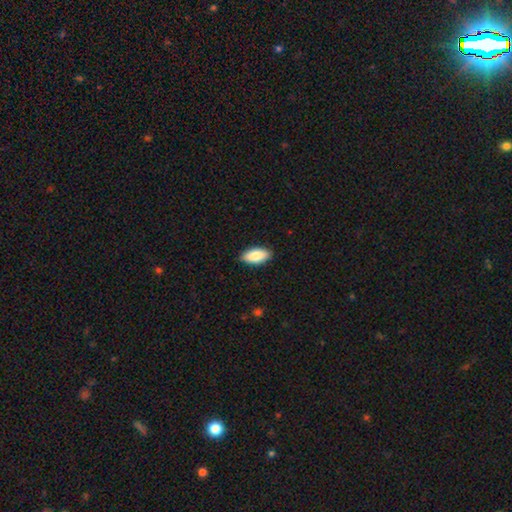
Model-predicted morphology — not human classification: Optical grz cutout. It shows a smooth galaxy with no disk features (87%) that is in between round and cigar-shaped (91%). Merging: none (88%).